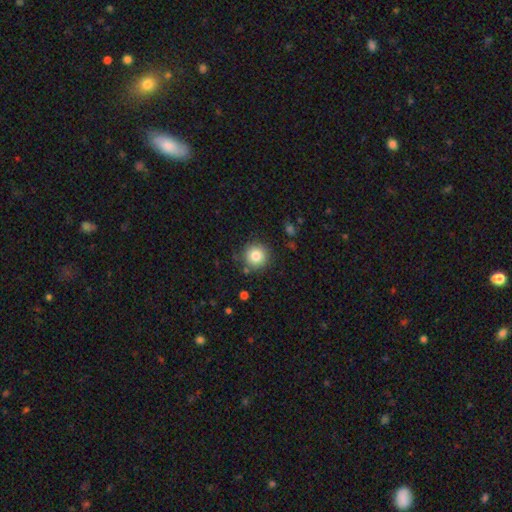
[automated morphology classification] A smooth galaxy with no disk features (83%) that is round (95%).

Vote fractions:
- Smooth or featured? smooth: 83% / star or artifact: 10% / featured or disk: 7%
- How rounded? round: 95% / in between: 4% / cigar-shaped: 1%
- Merging? none: 86% / minor disturbance: 8% / major disturbance: 3% / merger: 3%